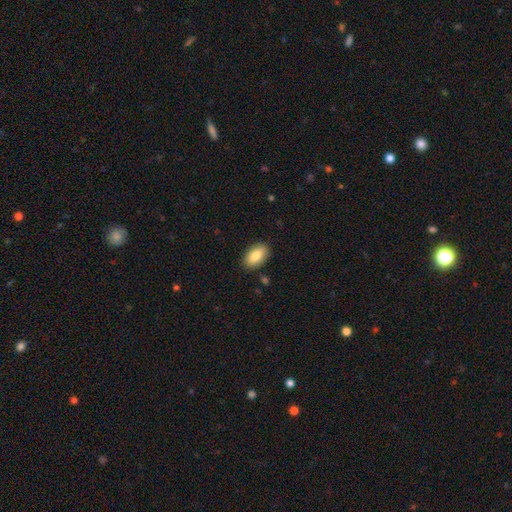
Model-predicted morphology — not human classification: The model was most divided on "smooth or featured": smooth: 84%, featured or disk: 9%, star or artifact: 7%. More confident: how rounded — in between (93%); merging — none (88%).